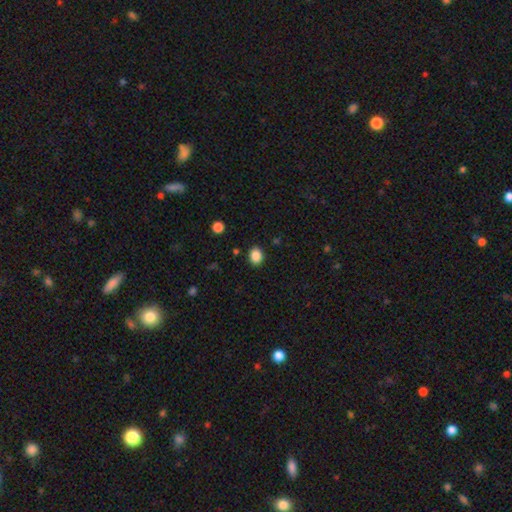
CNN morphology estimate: Smooth or featured: smooth — 87% (star or artifact — 9%)
How rounded: in between — 52% (round — 47%)
Merging: none — 89% (minor disturbance — 8%)